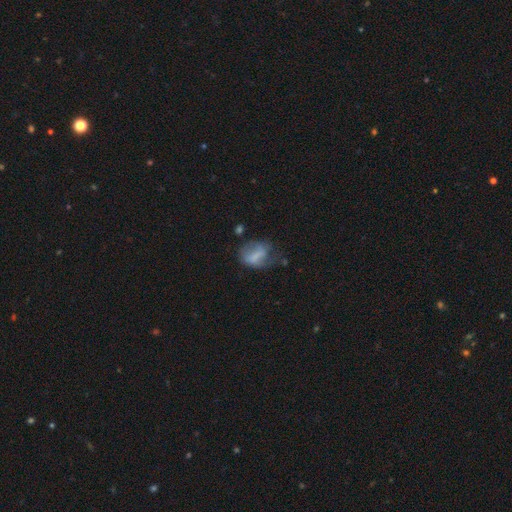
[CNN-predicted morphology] Smooth or featured? smooth (58%)
How rounded? in between (71%)
Merging? none (35%)